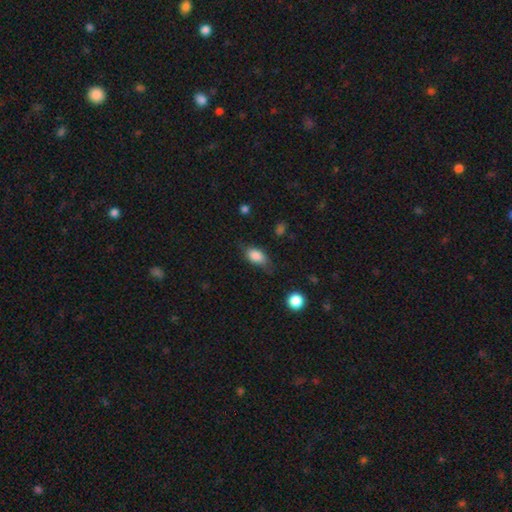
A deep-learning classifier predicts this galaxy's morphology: Smooth or featured: smooth — 82% (featured or disk — 10%)
How rounded: in between — 85% (round — 8%)
Merging: none — 62% (minor disturbance — 27%)